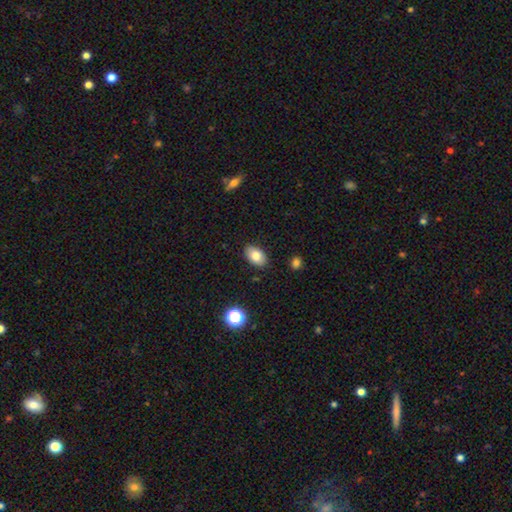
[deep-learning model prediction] A smooth galaxy with no disk features (81%) that is in between round and cigar-shaped (90%).

Vote fractions:
- Smooth or featured? smooth: 81% / featured or disk: 11% / star or artifact: 8%
- How rounded? in between: 90% / round: 8% / cigar-shaped: 1%
- Merging? none: 87% / minor disturbance: 10% / major disturbance: 2% / merger: 1%